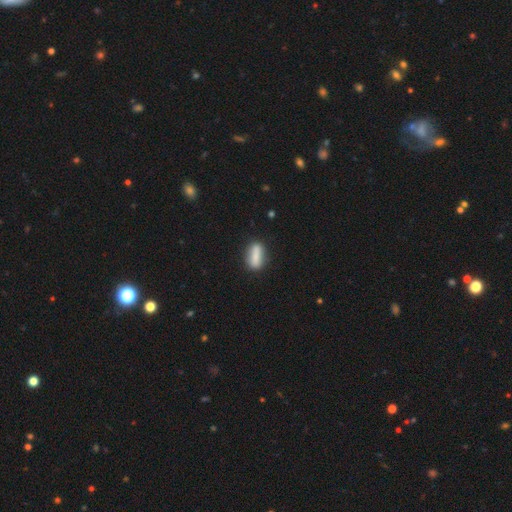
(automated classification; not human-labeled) This appears to be a smooth galaxy with no disk features (78%) that is in between round and cigar-shaped (59%). Merging: none (81%).